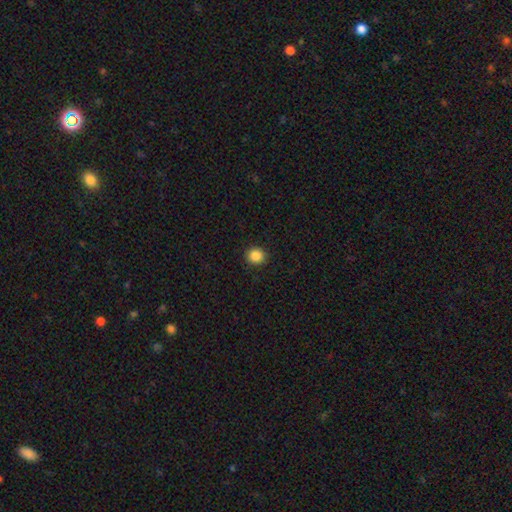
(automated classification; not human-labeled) This appears to be a smooth galaxy with no disk features (87%) that is round (88%). Merging: none (92%).